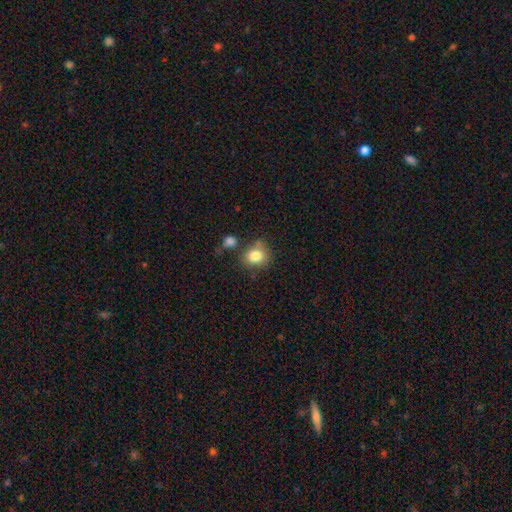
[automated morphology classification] The model was most divided on "how rounded": round: 71%, in between: 28%, cigar-shaped: 1%. More confident: smooth or featured — smooth (82%); merging — none (65%).